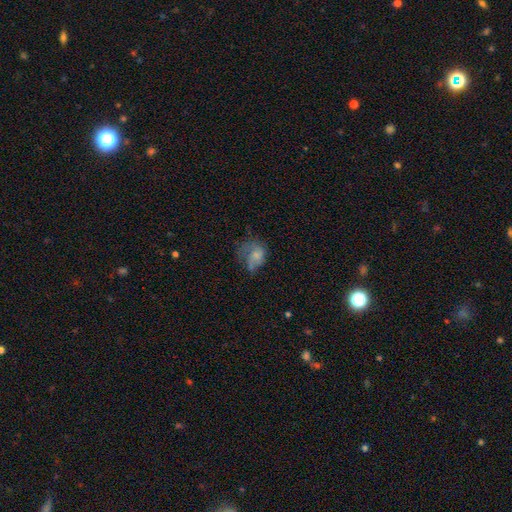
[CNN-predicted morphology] This is possibly a smooth galaxy (51%). How rounded: possibly in between (55%). Merging: marginally major disturbance (40%).